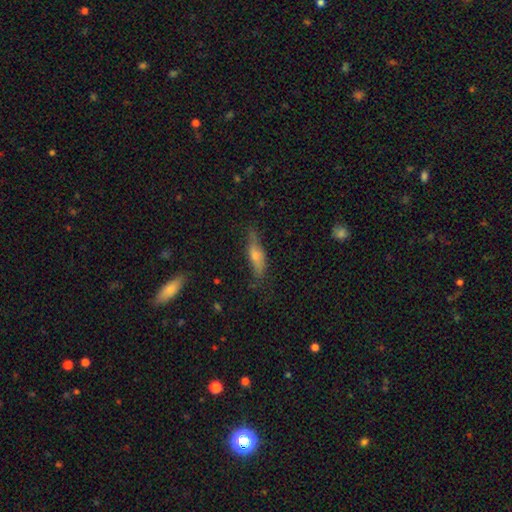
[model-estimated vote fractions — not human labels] A smooth galaxy with no disk features (52%) that is cigar-shaped (65%).

Vote fractions:
- Smooth or featured? smooth: 52% / featured or disk: 40% / star or artifact: 8%
- How rounded? cigar-shaped: 65% / in between: 33% / round: 3%
- Merging? none: 69% / minor disturbance: 23% / major disturbance: 6% / merger: 2%